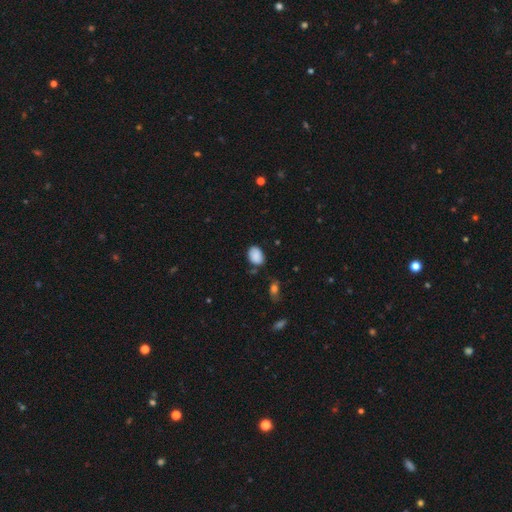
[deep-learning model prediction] Smooth or featured? smooth (87%)
How rounded? in between (76%)
Merging? none (72%)